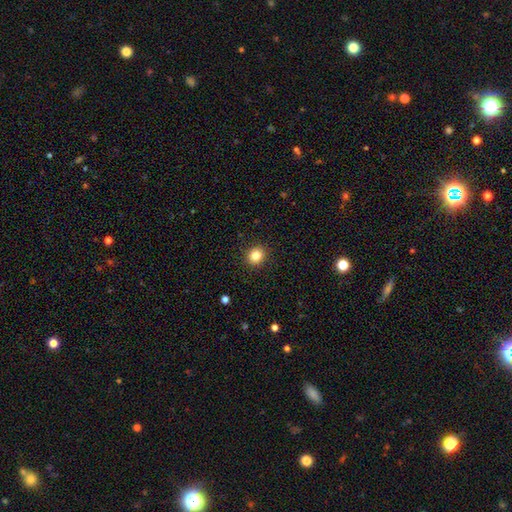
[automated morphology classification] A smooth galaxy with no disk features (84%) that is round (73%). Merging: none (91%).